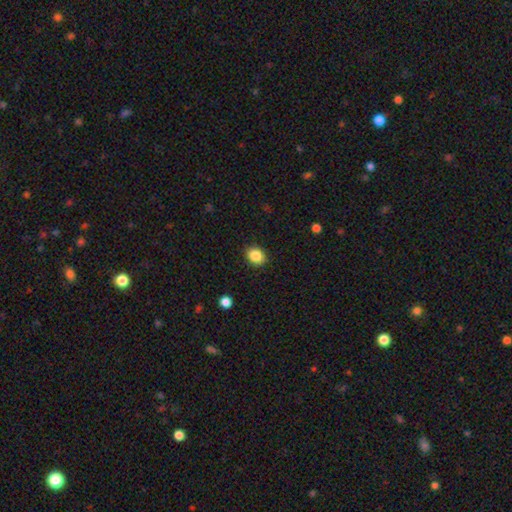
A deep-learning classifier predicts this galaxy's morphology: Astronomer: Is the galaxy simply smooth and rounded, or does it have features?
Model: smooth — 87%.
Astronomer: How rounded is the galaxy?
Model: in between — 50% (runner-up: round, 49%).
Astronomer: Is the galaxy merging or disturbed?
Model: none — 89%.